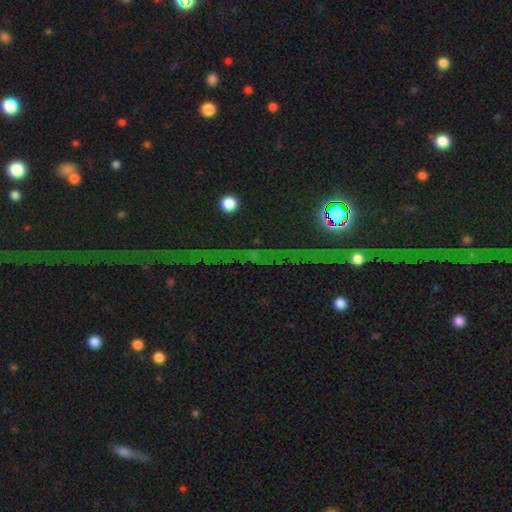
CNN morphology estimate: Smooth or featured?
  - star or artifact: 80% *
  - featured or disk: 12%
  - smooth: 8%